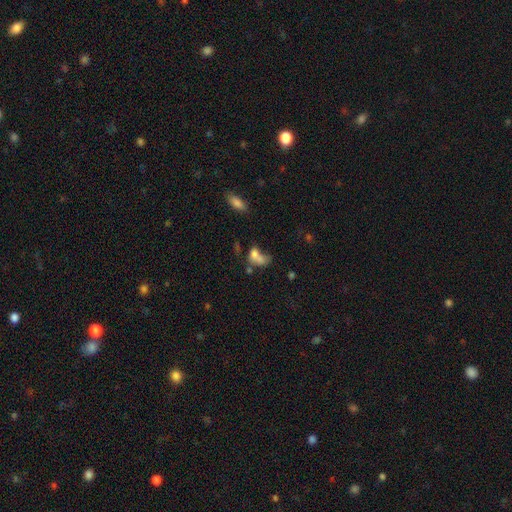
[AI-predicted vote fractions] This is likely a smooth galaxy (69%). How rounded: likely in between (74%). Merging: possibly merger (53%).